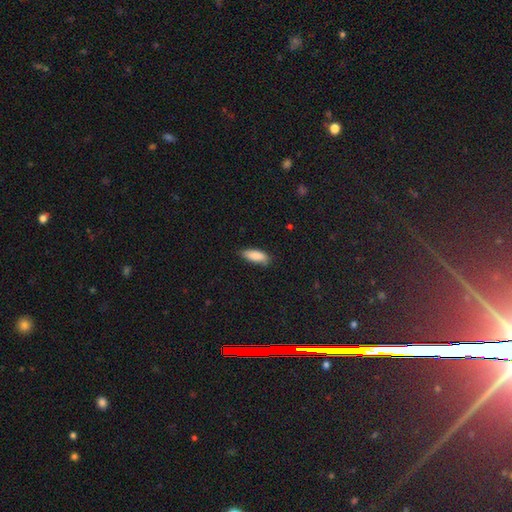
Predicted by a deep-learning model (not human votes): smooth 86%, featured or disk 7%, star or artifact 7%. Down the decision tree: how rounded — in between (72%); merging — none (73%).